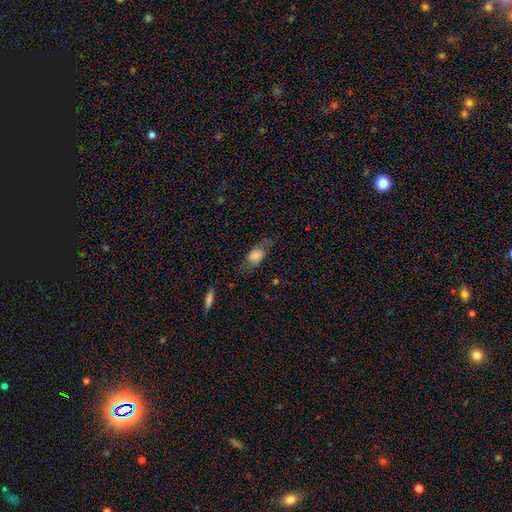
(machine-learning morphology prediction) This is likely a smooth galaxy (71%). How rounded: likely in between (78%). Merging: likely none (61%).